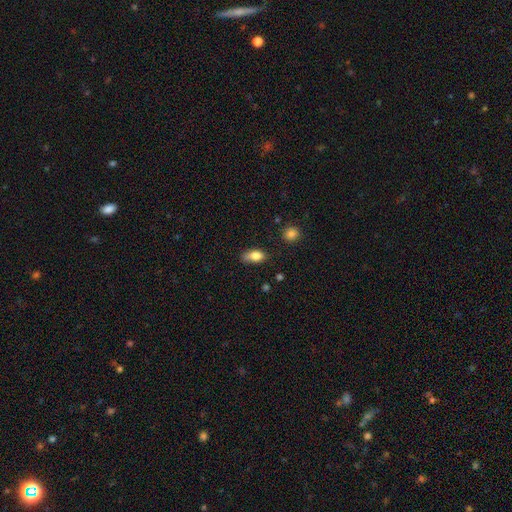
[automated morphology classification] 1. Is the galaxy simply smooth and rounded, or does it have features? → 82% smooth, 10% featured or disk, 8% star or artifact.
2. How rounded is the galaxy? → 86% in between, 7% round, 6% cigar-shaped.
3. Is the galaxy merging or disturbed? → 59% none, 31% minor disturbance, 8% major disturbance, 3% merger.